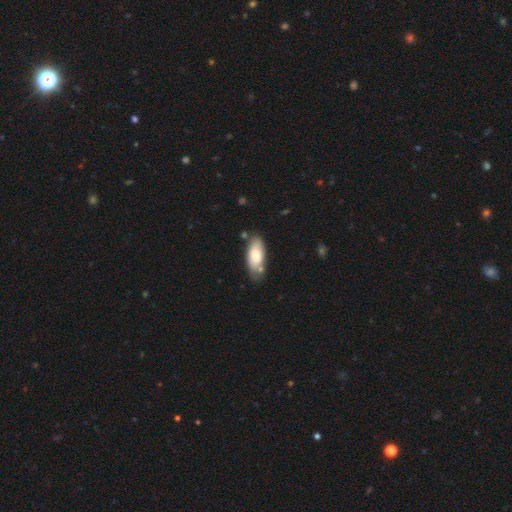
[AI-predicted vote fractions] Smooth or featured?
  - smooth: 73% *
  - featured or disk: 21%
  - star or artifact: 6%
How rounded?
  - in between: 82% *
  - cigar-shaped: 16%
  - round: 2%
Merging?
  - none: 62% *
  - minor disturbance: 23%
  - merger: 9%
  - major disturbance: 5%